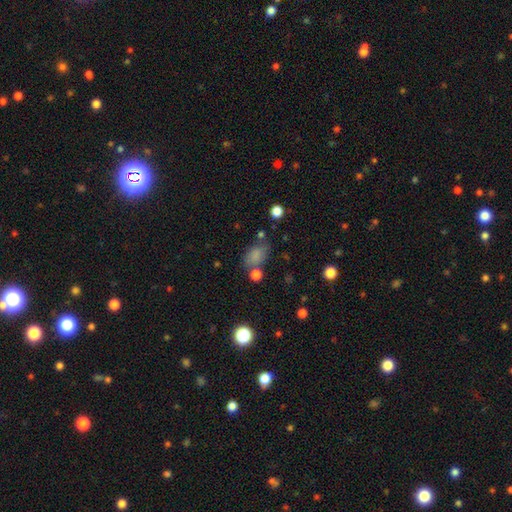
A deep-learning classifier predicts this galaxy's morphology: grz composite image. It shows a smooth galaxy with no disk features (80%) that is in between round and cigar-shaped (83%). Merging: none (59%).